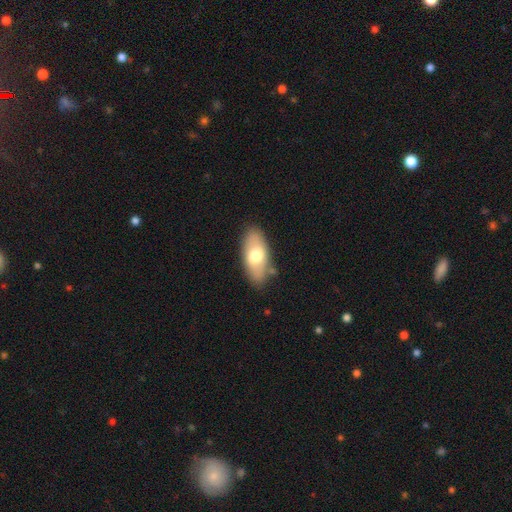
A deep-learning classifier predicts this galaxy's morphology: Overall: smooth (67%). How rounded: in between (88%). Merging: none (81%).